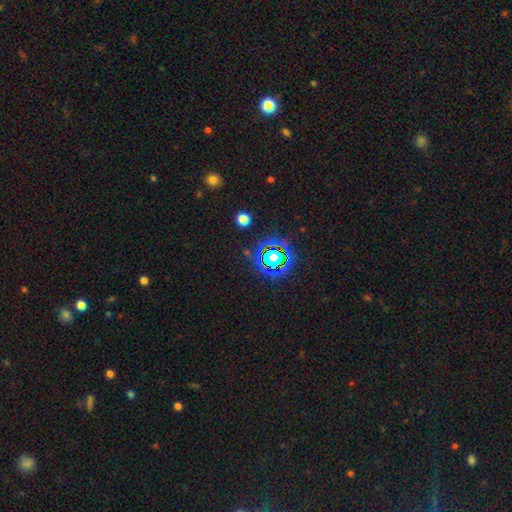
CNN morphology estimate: Smooth or featured? Predicted: star or artifact (p=0.80).